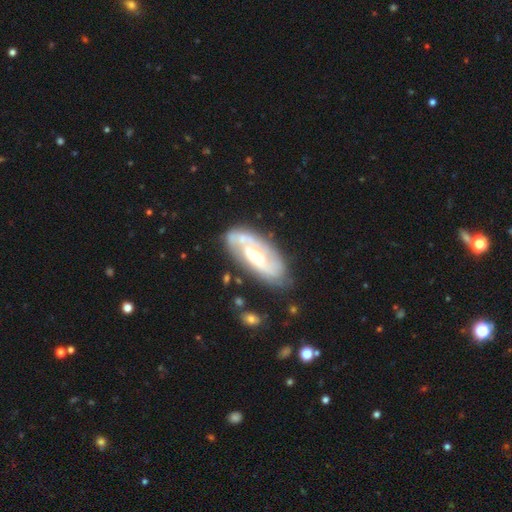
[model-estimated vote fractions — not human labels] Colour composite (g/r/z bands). It shows a featured or disk galaxy (76%) with no bar (52%), 2 (49%) tight (49%) spiral arms (85%) and a moderate central bulge (51%). Merging: none (69%).